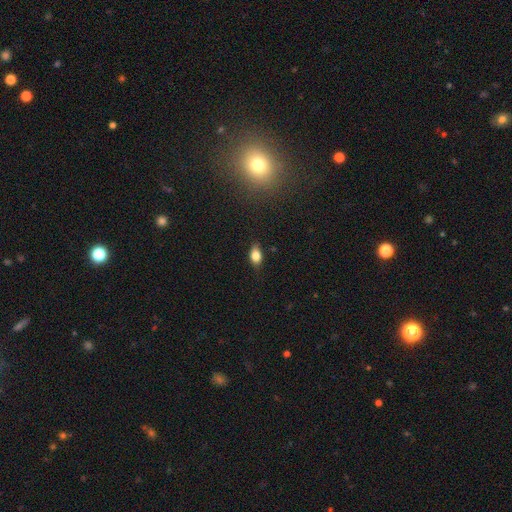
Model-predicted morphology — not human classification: Overall: smooth (76%). How rounded: in between (84%). Merging: none (79%).